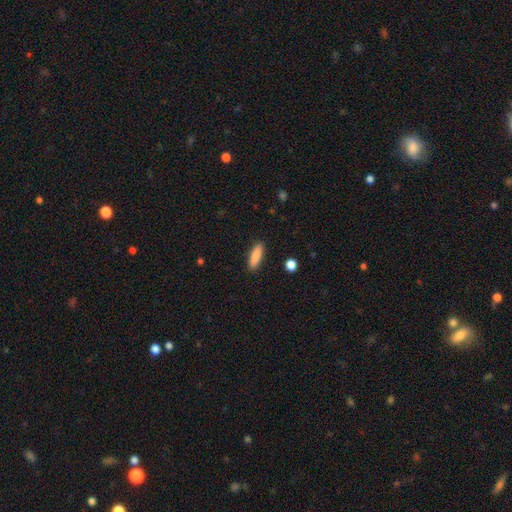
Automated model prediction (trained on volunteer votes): This is clearly a smooth galaxy (88%). How rounded: possibly cigar-shaped (56%). Merging: clearly none (90%).